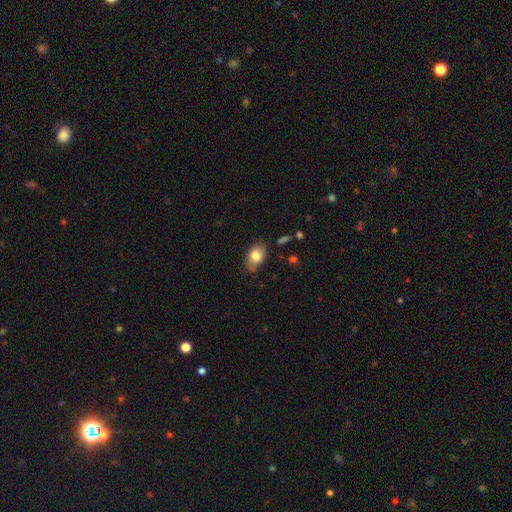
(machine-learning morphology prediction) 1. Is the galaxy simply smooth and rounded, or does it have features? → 81% smooth, 11% featured or disk, 8% star or artifact.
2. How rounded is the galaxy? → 83% in between, 15% round, 1% cigar-shaped.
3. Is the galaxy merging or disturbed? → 69% none, 24% minor disturbance, 4% major disturbance, 3% merger.